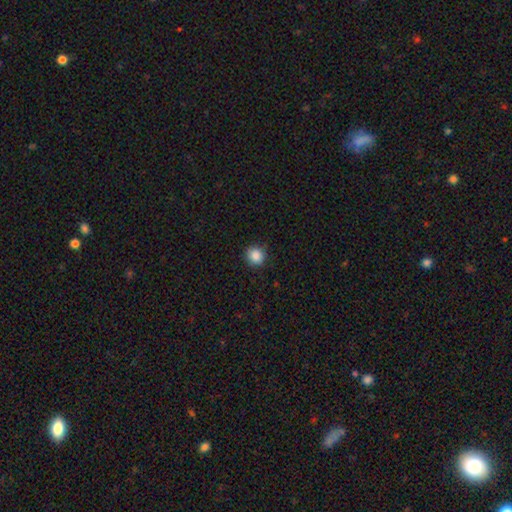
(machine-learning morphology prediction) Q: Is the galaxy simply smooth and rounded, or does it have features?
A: smooth — 87%.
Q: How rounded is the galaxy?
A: round — 89%.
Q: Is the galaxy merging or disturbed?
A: none — 88%.